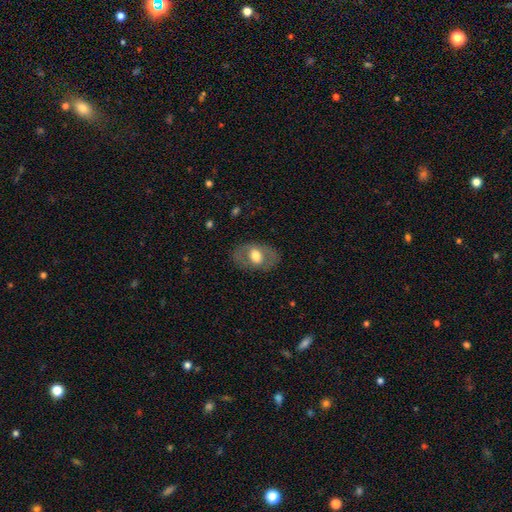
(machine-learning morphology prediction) Smooth or featured? featured or disk (47%, tied with smooth)
Merging? none (78%)